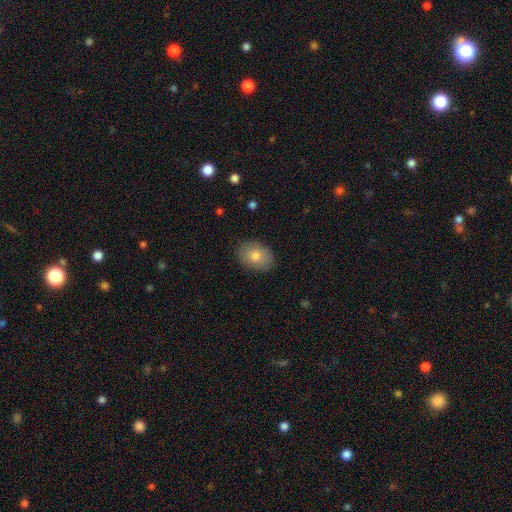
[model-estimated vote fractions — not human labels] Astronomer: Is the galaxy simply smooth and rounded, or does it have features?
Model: smooth — 79%.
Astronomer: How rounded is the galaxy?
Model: in between — 78%.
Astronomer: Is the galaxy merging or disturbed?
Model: none — 87%.